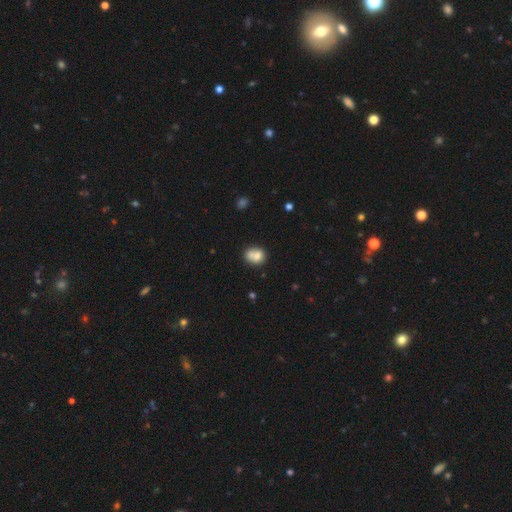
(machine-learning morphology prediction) This appears to be a smooth galaxy with no disk features (73%) that is round (59%). Merging: merger (41%).